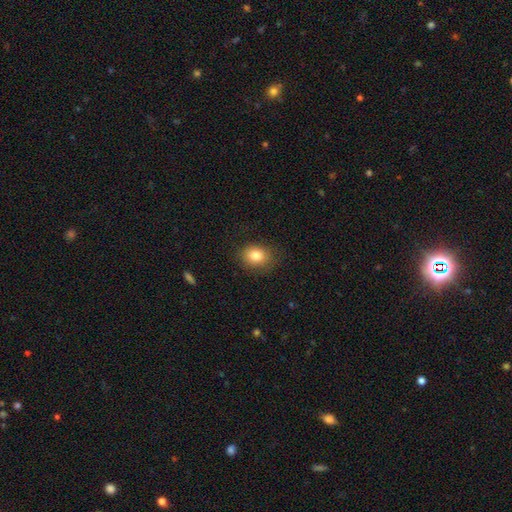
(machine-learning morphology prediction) This is clearly a smooth galaxy (82%). How rounded: possibly in between (50%). Merging: clearly none (82%).